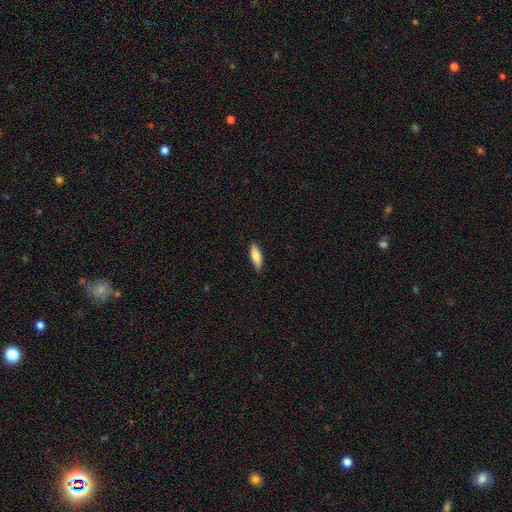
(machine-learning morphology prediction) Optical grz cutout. It shows a smooth galaxy with no disk features (79%) that is in between round and cigar-shaped (57%). Merging: none (85%).